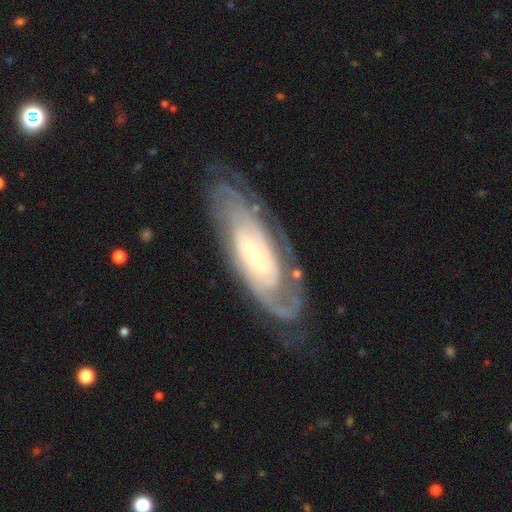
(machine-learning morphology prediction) Q: Smooth or featured?
A: featured or disk (85%); runner-up: smooth (10%)
Q: Edge-on disk?
A: no (91%); runner-up: yes (9%)
Q: Bar?
A: no (72%); runner-up: weak (20%)
Q: Spiral arms?
A: yes (93%); runner-up: no (7%)
Q: Spiral winding?
A: tight (70%); runner-up: medium (23%)
Q: Spiral arm count?
A: can't tell (43%); runner-up: 2 (27%)
Q: Bulge size?
A: small (76%); runner-up: moderate (19%)
Q: Merging?
A: none (72%); runner-up: minor disturbance (16%)